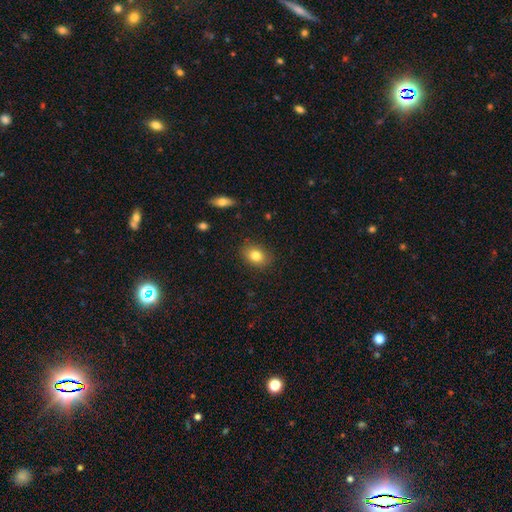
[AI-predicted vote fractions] Smooth or featured: smooth — 82% (star or artifact — 9%)
How rounded: in between — 68% (round — 31%)
Merging: none — 86% (minor disturbance — 10%)